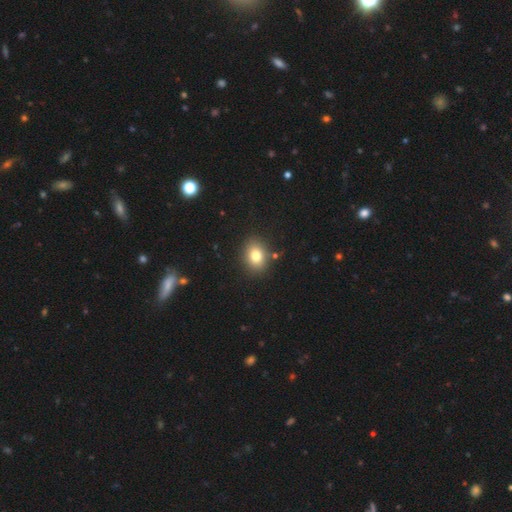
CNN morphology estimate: smooth_or_featured: smooth (p=0.79) [alt: star or artifact p=0.11]
how_rounded: in between (p=0.62) [alt: round p=0.37]
merging: none (p=0.85) [alt: minor disturbance p=0.09]